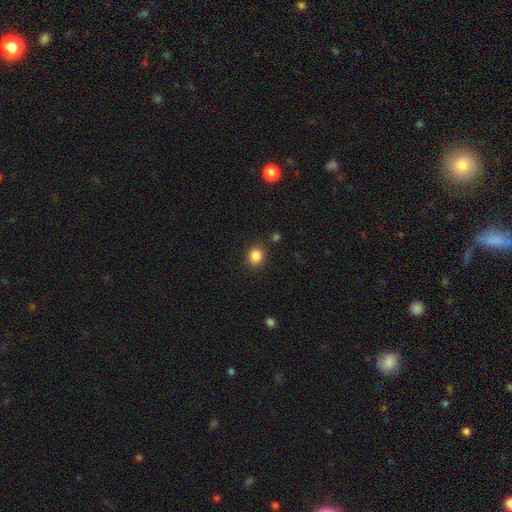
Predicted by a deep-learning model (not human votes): This appears to be a smooth galaxy with no disk features (85%) that is round (67%). Merging: none (84%).